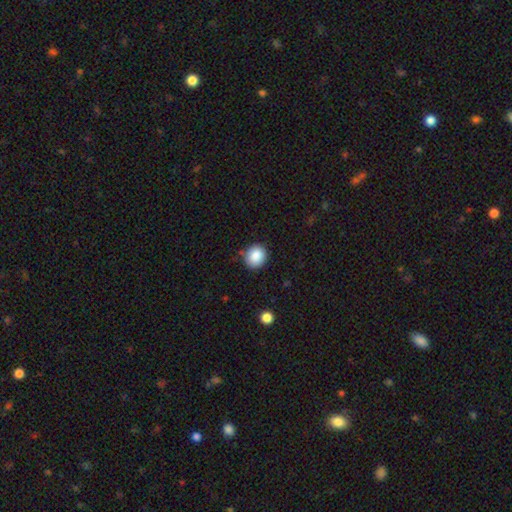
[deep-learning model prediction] A smooth galaxy with no disk features (87%) that is round (79%).

Vote fractions:
- Smooth or featured? smooth: 87% / star or artifact: 9% / featured or disk: 4%
- How rounded? round: 79% / in between: 21% / cigar-shaped: 1%
- Merging? none: 85% / minor disturbance: 10% / major disturbance: 2% / merger: 2%